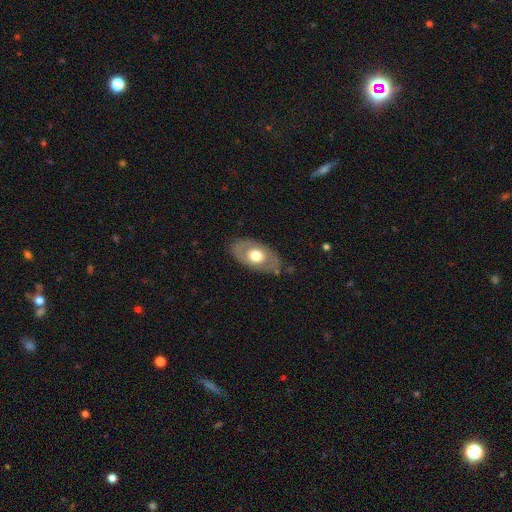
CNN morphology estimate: This appears to be a smooth galaxy with no disk features (51%) that is in between round and cigar-shaped (88%). Merging: none (79%).